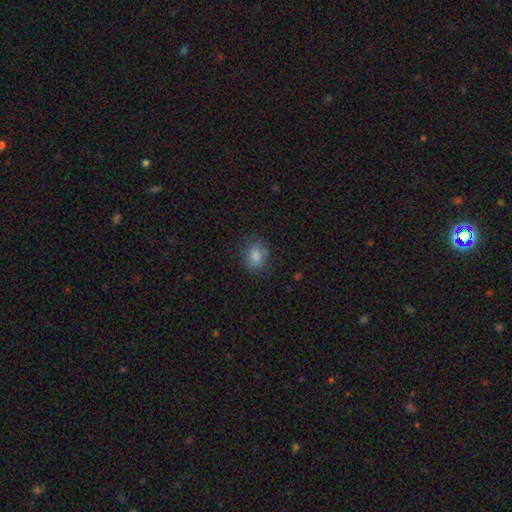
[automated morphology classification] smooth-or-featured: smooth: 80% | star or artifact: 11% | featured or disk: 9%
  how-rounded: in between: 53% | round: 46% | cigar-shaped: 1%
  merging: none: 79% | minor disturbance: 16% | major disturbance: 4% | merger: 2%